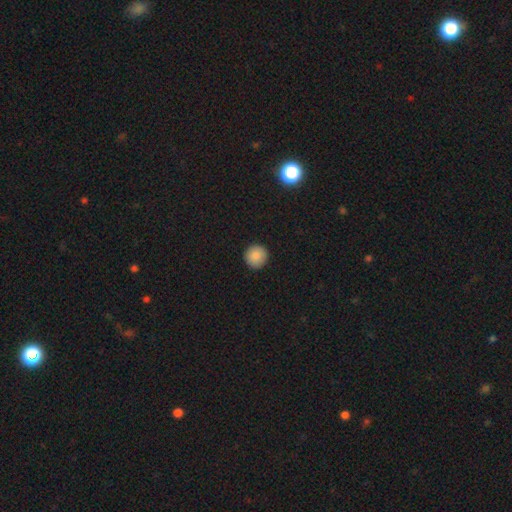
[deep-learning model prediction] Smooth or featured: smooth — 88% (star or artifact — 9%)
How rounded: round — 95% (in between — 4%)
Merging: none — 93% (minor disturbance — 5%)